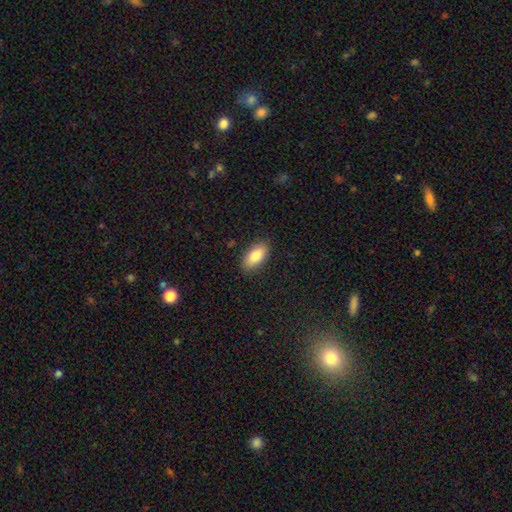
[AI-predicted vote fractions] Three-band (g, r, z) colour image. It shows a smooth galaxy with no disk features (84%) that is in between round and cigar-shaped (92%). Merging: none (87%).